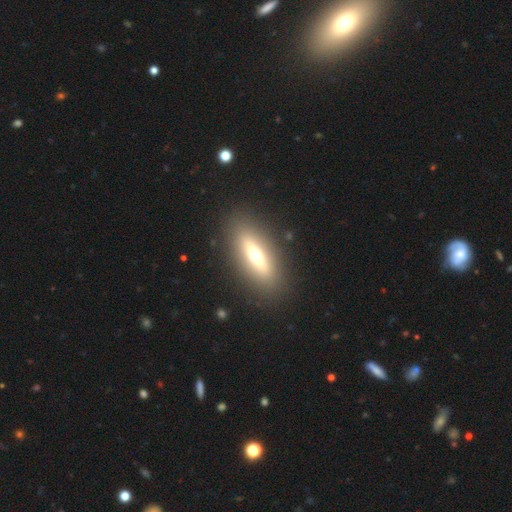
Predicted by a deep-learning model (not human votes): Morphology: type=featured or disk (46%); merging=none (87%).